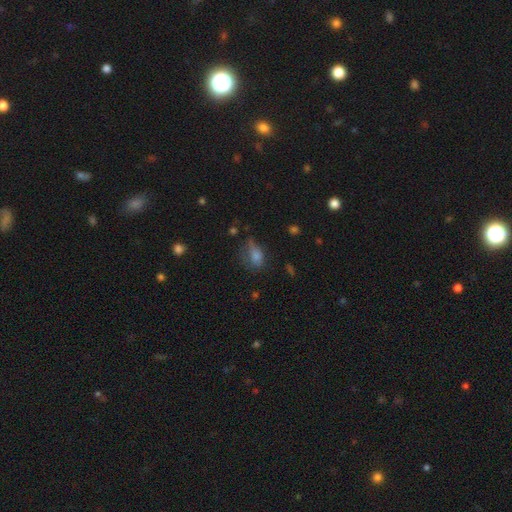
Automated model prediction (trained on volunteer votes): Overall: smooth (62%). How rounded: in between (72%). Merging: none (41%; minor disturbance 31%).